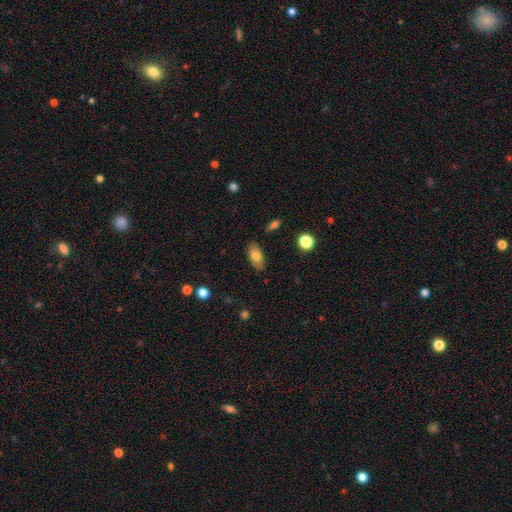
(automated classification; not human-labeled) smooth 78%, featured or disk 14%, star or artifact 8%. Down the decision tree: how rounded — in between (89%); merging — none (84%).